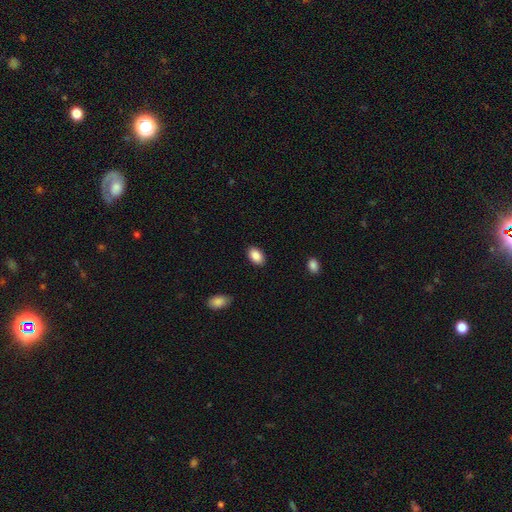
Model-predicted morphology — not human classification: A smooth galaxy with no disk features (88%) that is in between round and cigar-shaped (91%).

Vote fractions:
- Smooth or featured? smooth: 88% / star or artifact: 7% / featured or disk: 4%
- How rounded? in between: 91% / round: 8% / cigar-shaped: 1%
- Merging? none: 88% / minor disturbance: 9% / major disturbance: 2% / merger: 1%